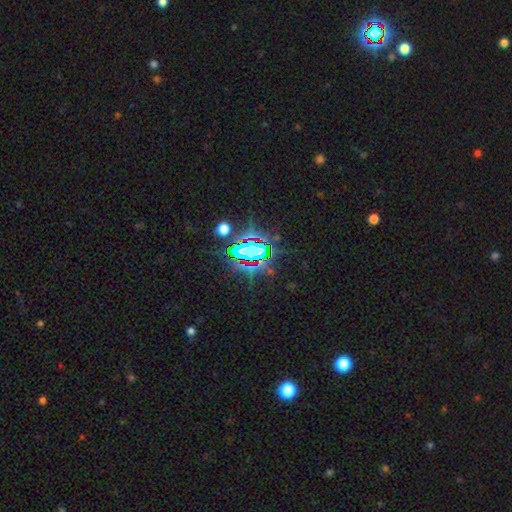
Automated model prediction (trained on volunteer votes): Overall: star or artifact (74%).